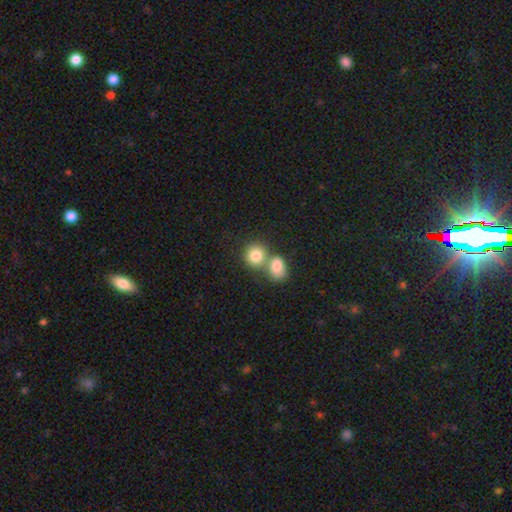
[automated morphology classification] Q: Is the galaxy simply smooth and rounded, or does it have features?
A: smooth — 82%.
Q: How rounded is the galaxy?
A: round — 78%.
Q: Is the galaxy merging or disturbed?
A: merger — 51%.